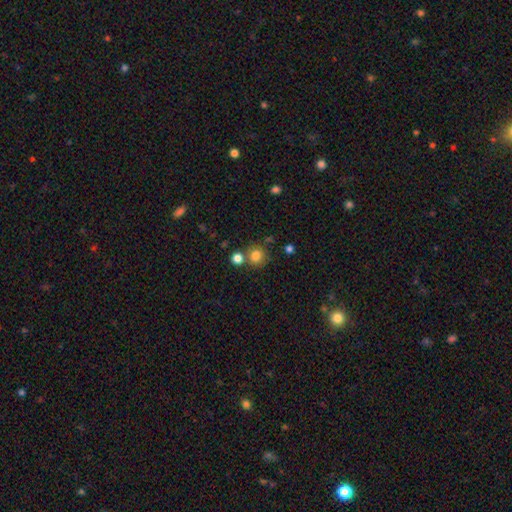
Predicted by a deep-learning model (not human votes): smooth-or-featured: smooth: 81% | star or artifact: 12% | featured or disk: 7%
  how-rounded: round: 89% | in between: 10% | cigar-shaped: 1%
  merging: none: 71% | merger: 17% | minor disturbance: 9% | major disturbance: 3%